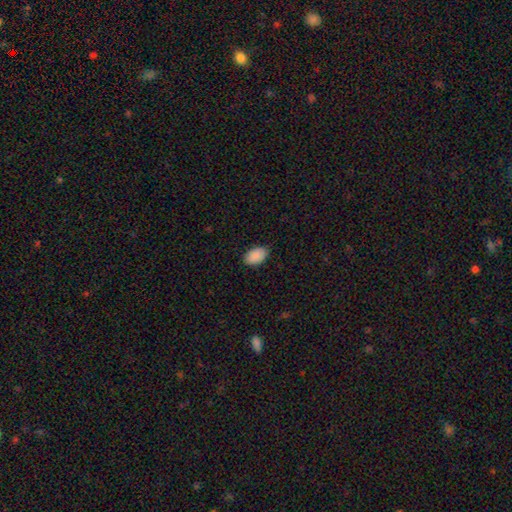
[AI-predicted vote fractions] A smooth galaxy with no disk features (91%) that is in between round and cigar-shaped (93%). Merging: none (86%).